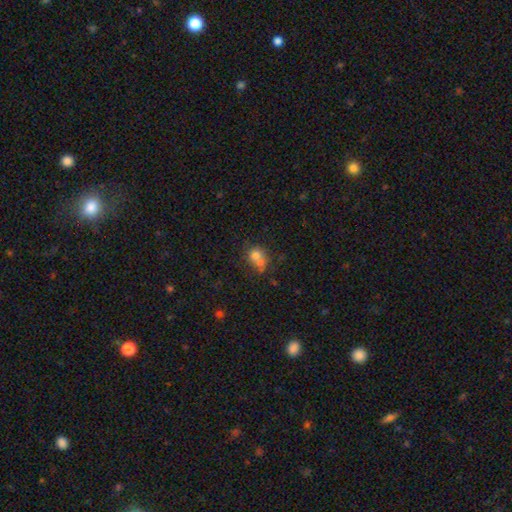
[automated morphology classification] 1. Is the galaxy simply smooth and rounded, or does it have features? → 72% smooth, 15% featured or disk, 13% star or artifact.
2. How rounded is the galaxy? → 73% round, 26% in between, 1% cigar-shaped.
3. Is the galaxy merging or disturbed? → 46% merger, 36% none, 12% minor disturbance, 6% major disturbance.